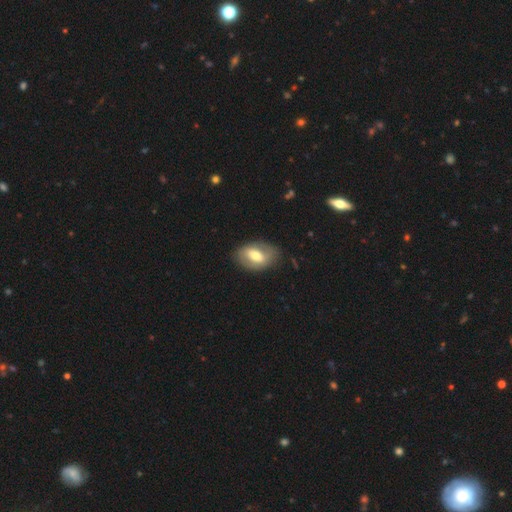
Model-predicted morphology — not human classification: featured or disk 49%, smooth 45%, star or artifact 6%. Down the decision tree: merging — none (78%).